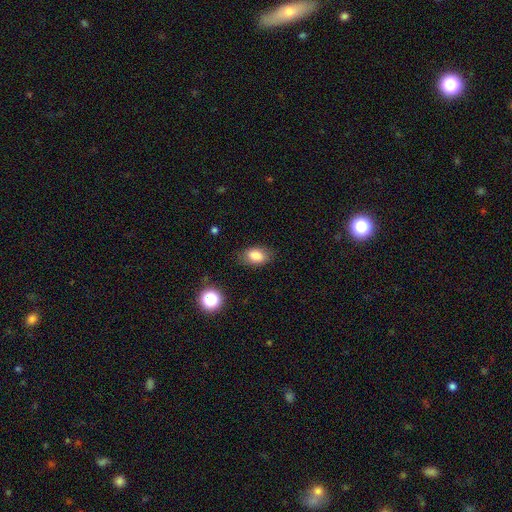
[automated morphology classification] Overall: smooth (82%). How rounded: in between (87%). Merging: none (81%).